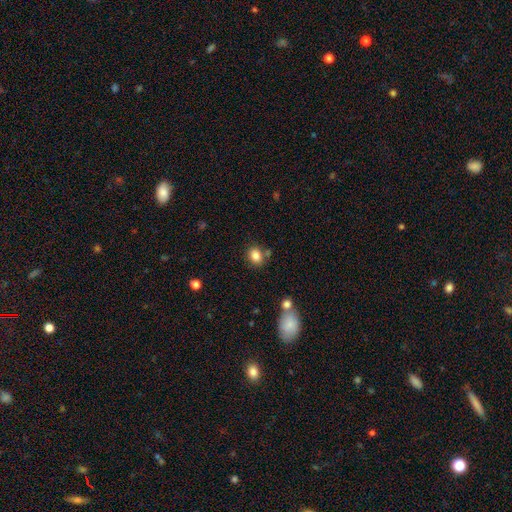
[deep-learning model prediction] A smooth galaxy with no disk features (84%) that is in between round and cigar-shaped (56%). Merging: none (73%).